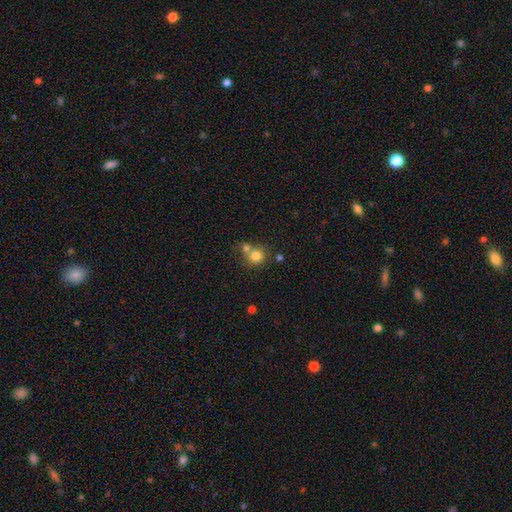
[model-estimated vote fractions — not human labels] A smooth galaxy with no disk features (79%) that is round (85%). Merging: none (49%).